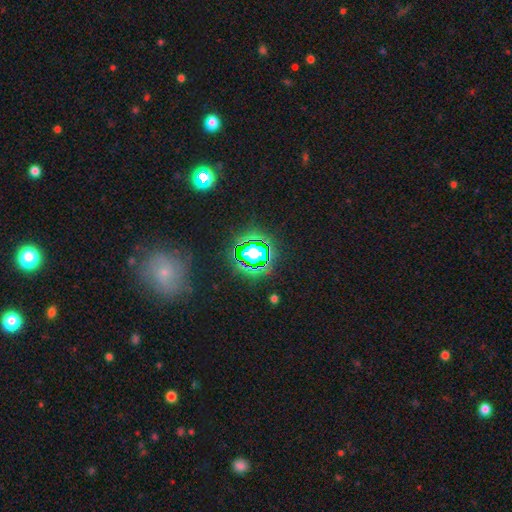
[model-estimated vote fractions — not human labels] Smooth or featured? star or artifact (74%)